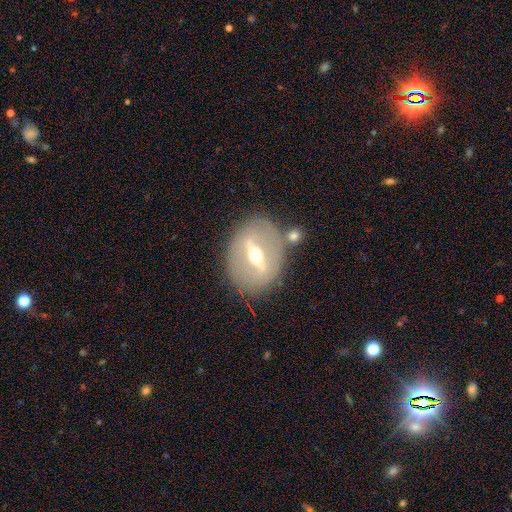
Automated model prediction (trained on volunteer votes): Morphology: type=featured or disk (77%); edge-on=no (77%); bar=strong (70%); spiral arms=no (70%); bulge=moderate (73%); merging=none (77%).